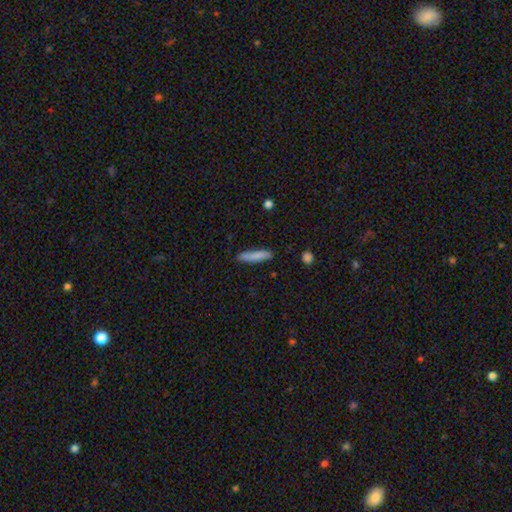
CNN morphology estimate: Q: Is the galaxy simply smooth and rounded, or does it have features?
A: smooth — 81%.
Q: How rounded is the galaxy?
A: cigar-shaped — 88%.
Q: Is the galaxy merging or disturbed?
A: none — 84%.